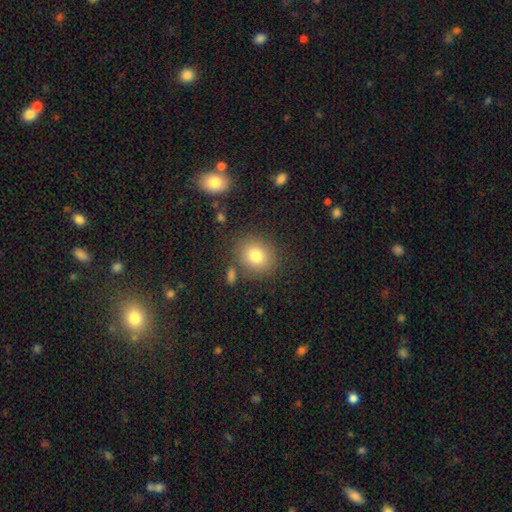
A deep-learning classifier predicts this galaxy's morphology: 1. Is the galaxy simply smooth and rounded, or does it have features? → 80% smooth, 11% star or artifact, 10% featured or disk.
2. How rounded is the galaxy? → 73% round, 26% in between, 1% cigar-shaped.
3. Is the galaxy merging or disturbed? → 81% none, 10% minor disturbance, 5% merger, 4% major disturbance.